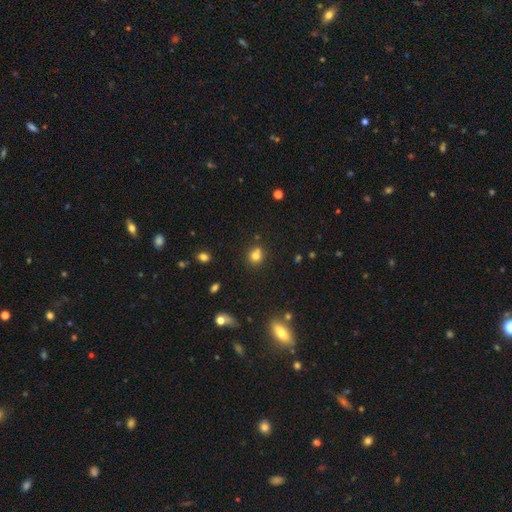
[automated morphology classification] A smooth galaxy with no disk features (74%) that is round (84%). Merging: none (60%).